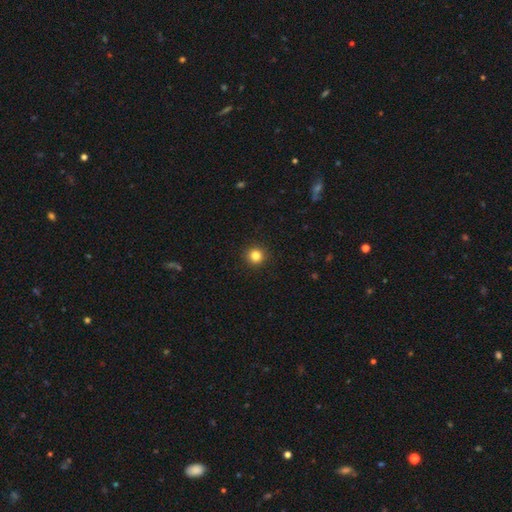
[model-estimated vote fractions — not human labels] The model was most divided on "smooth or featured": smooth: 83%, star or artifact: 12%, featured or disk: 4%. More confident: how rounded — round (95%); merging — none (93%).